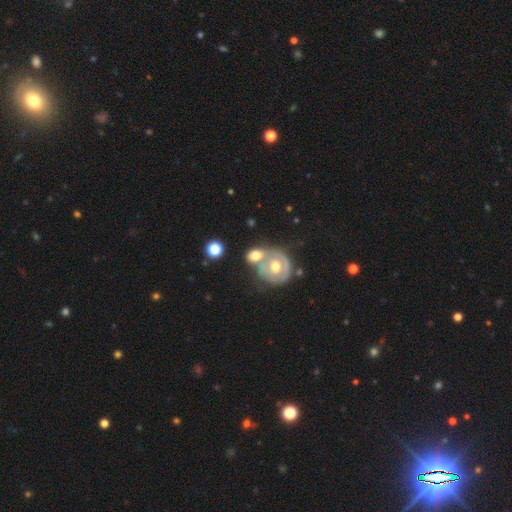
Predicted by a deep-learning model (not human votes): Smooth or featured? smooth (55%)
How rounded? round (62%)
Merging? merger (53%)